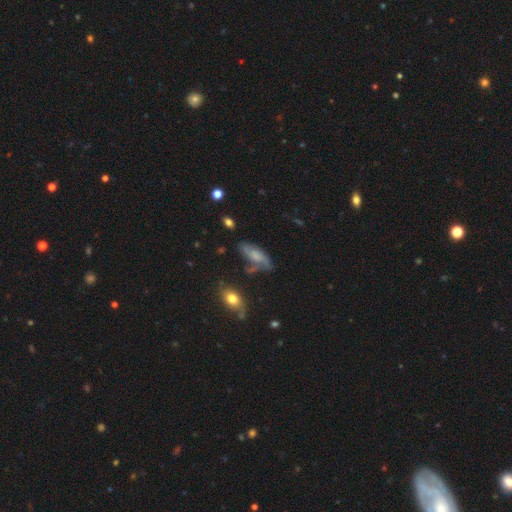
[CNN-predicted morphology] A featured or disk galaxy (50%). Merging: none (45%).